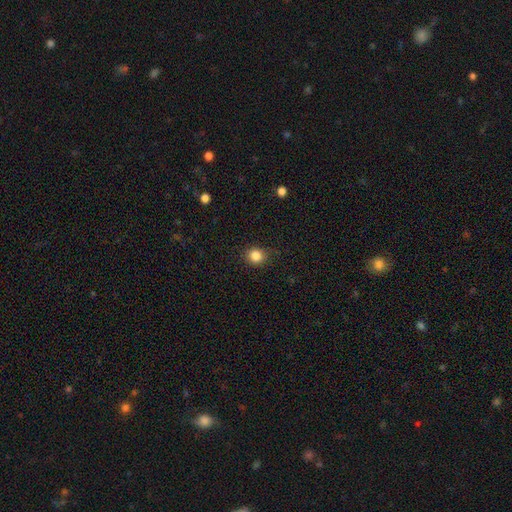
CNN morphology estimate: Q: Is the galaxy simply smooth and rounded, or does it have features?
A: smooth — 84%.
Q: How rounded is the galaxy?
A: round — 81%.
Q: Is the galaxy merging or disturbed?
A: none — 83%.